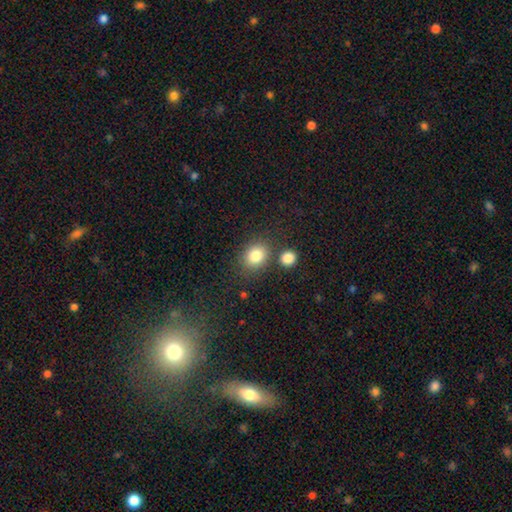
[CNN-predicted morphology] This appears to be a smooth galaxy with no disk features (82%) that is round (59%). Merging: none (73%).